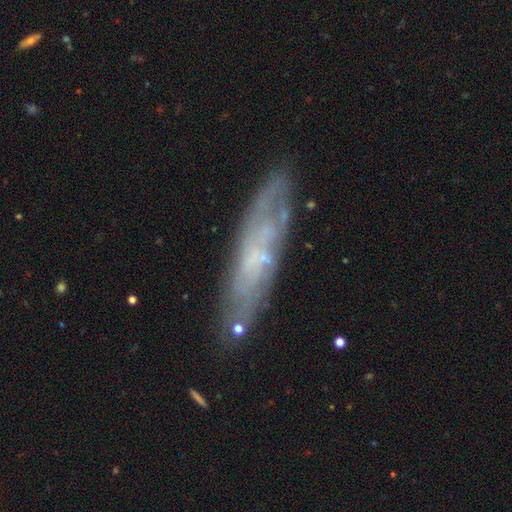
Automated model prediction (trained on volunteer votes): The model was most divided on "edge-on disk": no: 56%, yes: 44%. More confident: merging — none (75%); smooth or featured — featured or disk (58%).